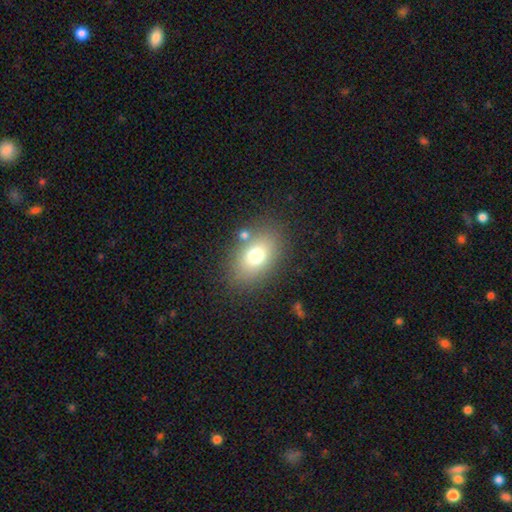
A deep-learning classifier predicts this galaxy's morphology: type=smooth (73%); roundness=in between (79%); merging=none (79%).